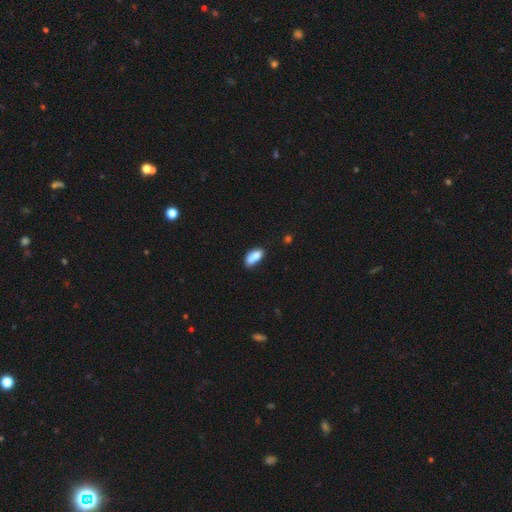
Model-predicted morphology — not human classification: A smooth galaxy with no disk features (83%) that is in between round and cigar-shaped (79%). Merging: none (58%).